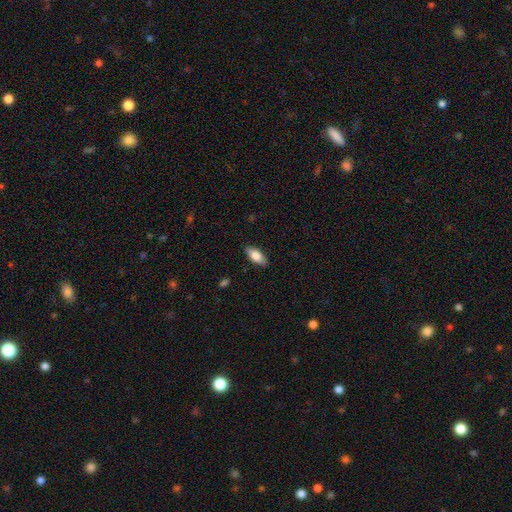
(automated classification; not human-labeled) Morphology: type=smooth (82%); roundness=in between (87%); merging=none (87%).